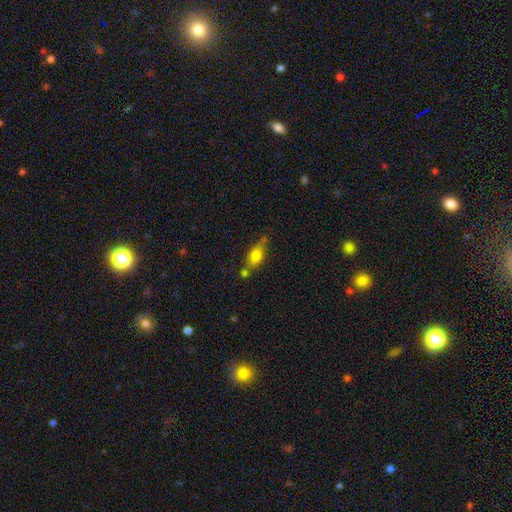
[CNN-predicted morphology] Smooth or featured?
  - smooth: 78% *
  - featured or disk: 13%
  - star or artifact: 9%
How rounded?
  - in between: 80% *
  - cigar-shaped: 11%
  - round: 9%
Merging?
  - none: 48% *
  - merger: 26%
  - minor disturbance: 19%
  - major disturbance: 7%